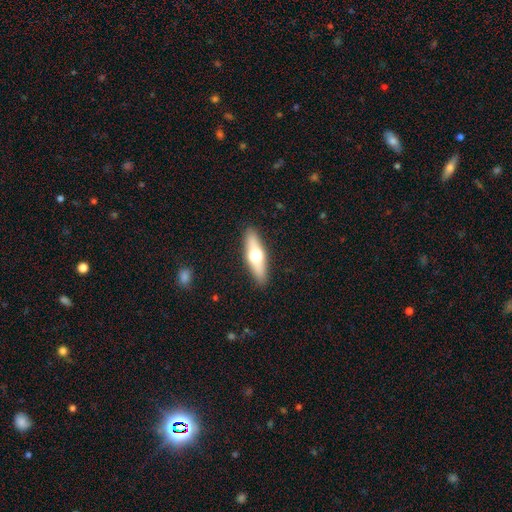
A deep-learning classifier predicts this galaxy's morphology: A featured or disk galaxy (47%, tied with smooth).

Vote fractions:
- Smooth or featured? featured or disk: 47% (tied) / smooth: 47% (tied) / star or artifact: 6%
- Merging? none: 89% / minor disturbance: 8% / major disturbance: 2% / merger: 1%